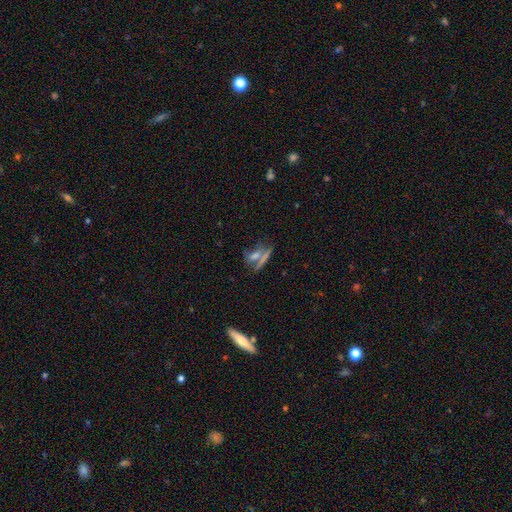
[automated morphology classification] smooth 55%, featured or disk 29%, star or artifact 16%. Down the decision tree: how rounded — cigar-shaped (45%); merging — none (50%).